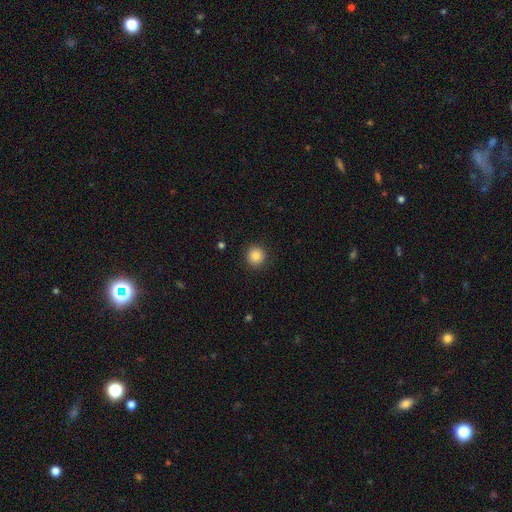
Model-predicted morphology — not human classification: This appears to be a smooth galaxy with no disk features (85%) that is round (94%). Merging: none (91%).